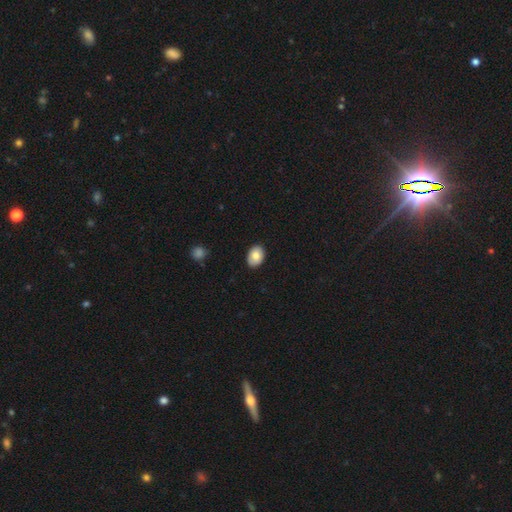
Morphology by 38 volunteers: type=smooth (71%); roundness=in between (78%); merging=none (77%).